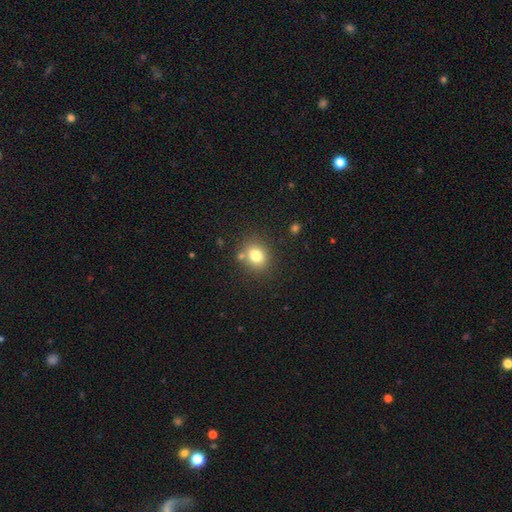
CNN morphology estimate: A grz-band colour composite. It shows a smooth galaxy with no disk features (79%) that is round (62%). Merging: none (76%).